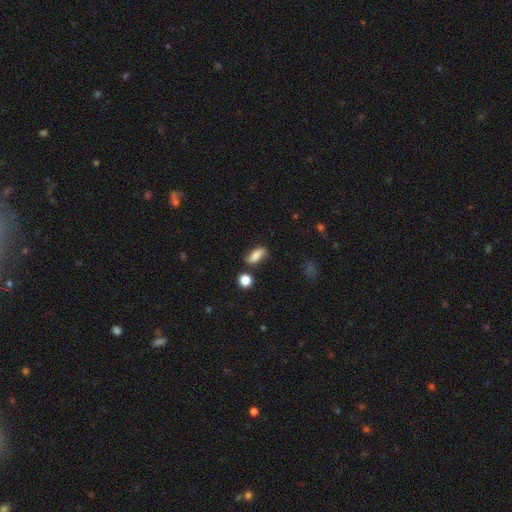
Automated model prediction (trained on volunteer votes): smooth_or_featured: smooth (p=0.73) [alt: featured or disk p=0.17]
how_rounded: in between (p=0.76) [alt: cigar-shaped p=0.17]
merging: none (p=0.69) [alt: minor disturbance p=0.19]